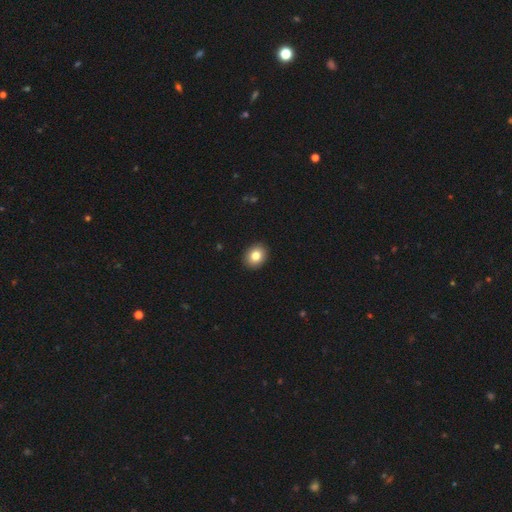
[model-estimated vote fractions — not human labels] Smooth or featured?
  - smooth: 82% *
  - star or artifact: 9%
  - featured or disk: 8%
How rounded?
  - round: 56% *
  - in between: 43%
  - cigar-shaped: 1%
Merging?
  - none: 92% *
  - minor disturbance: 6%
  - major disturbance: 2%
  - merger: 1%